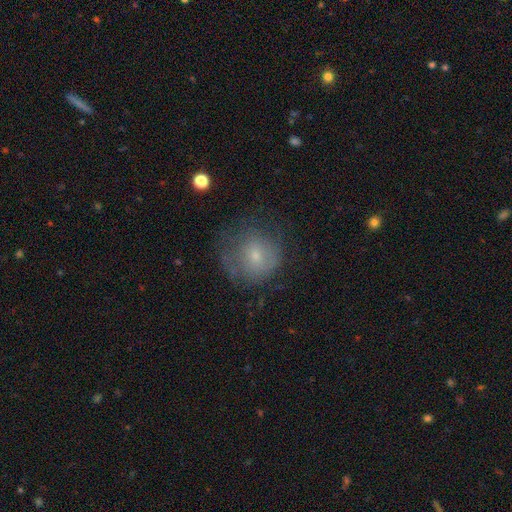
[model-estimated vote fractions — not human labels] Overall: smooth (58%; featured or disk 29%). How rounded: round (84%). Merging: none (56%; minor disturbance 24%).